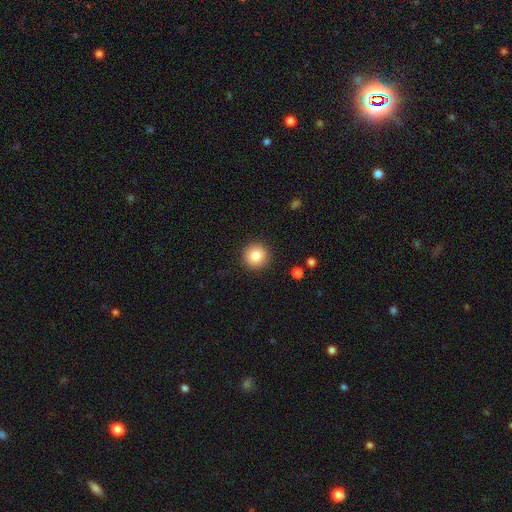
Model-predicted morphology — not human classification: type=smooth (84%); roundness=round (95%); merging=none (92%).